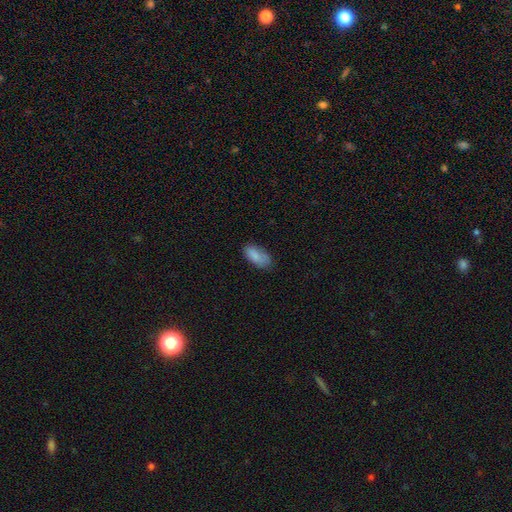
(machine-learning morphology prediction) This appears to be a smooth galaxy with no disk features (84%) that is in between round and cigar-shaped (92%). Merging: none (71%).